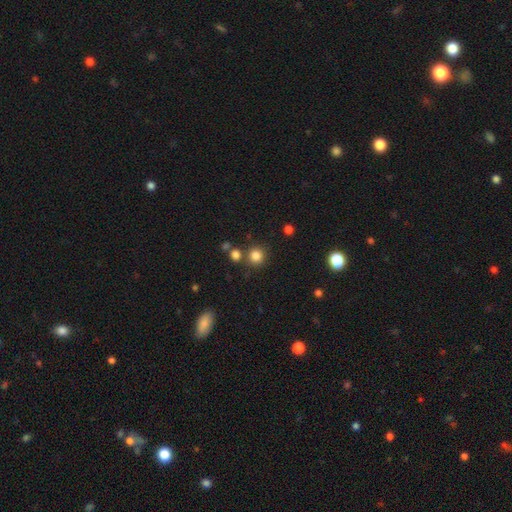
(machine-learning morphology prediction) Smooth or featured? smooth (81%)
How rounded? round (91%)
Merging? none (76%)